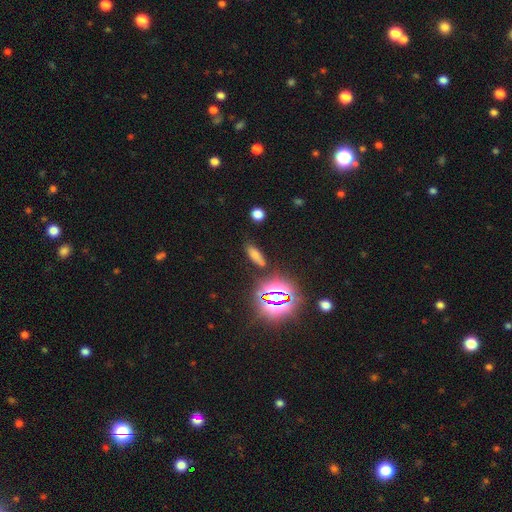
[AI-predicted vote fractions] The model was most divided on "how rounded": in between: 59%, cigar-shaped: 36%, round: 6%. More confident: merging — none (80%); smooth or featured — smooth (64%).